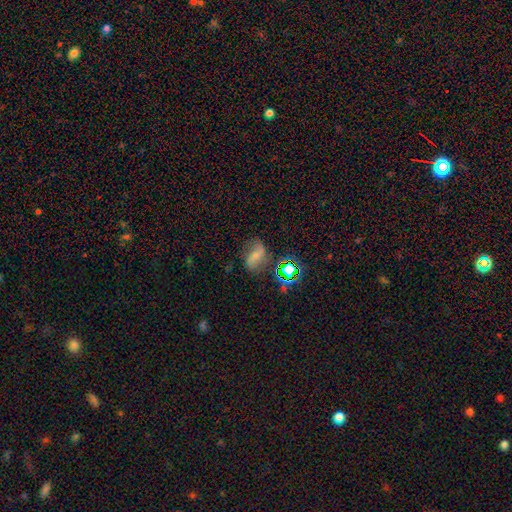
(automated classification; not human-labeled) Overall: featured or disk (52%; smooth 29%). Edge-on disk: no (96%). Merging: none (64%).